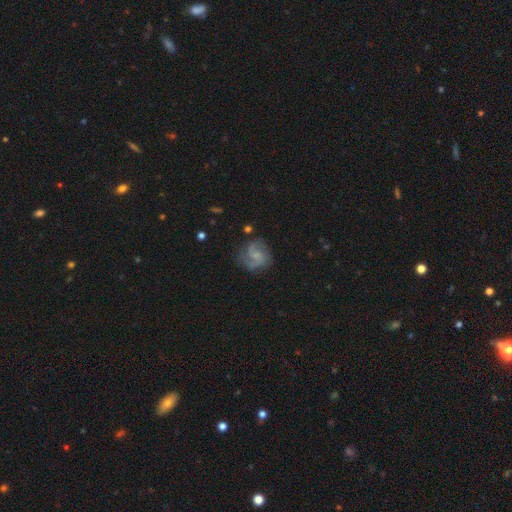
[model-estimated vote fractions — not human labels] Morphology: type=featured or disk (72%); edge-on=no (98%); bar=no (54%); spiral arms=yes (93%); winding=medium (49%); arm count=2 (64%); bulge=small (47%); merging=none (65%).